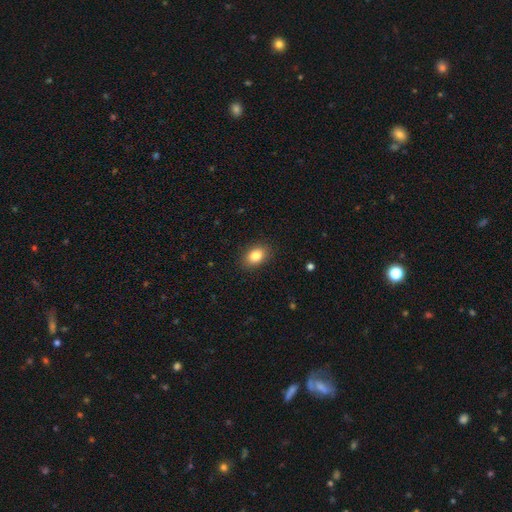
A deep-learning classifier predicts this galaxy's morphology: Q: Smooth or featured?
A: smooth (85%); runner-up: star or artifact (9%)
Q: How rounded?
A: in between (80%); runner-up: round (18%)
Q: Merging?
A: none (88%); runner-up: minor disturbance (9%)